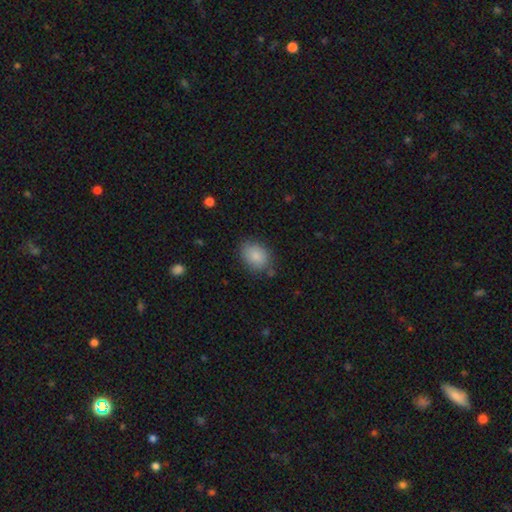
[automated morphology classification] Overall: smooth (87%). How rounded: in between (63%; round 36%). Merging: none (77%).